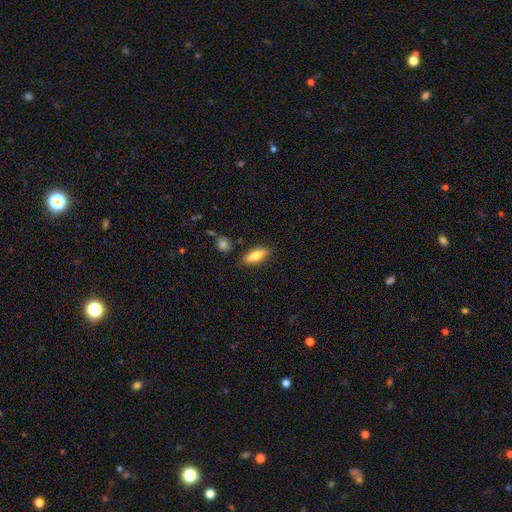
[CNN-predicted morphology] The model was most divided on "how rounded": in between: 58%, cigar-shaped: 39%, round: 3%. More confident: merging — none (83%); smooth or featured — smooth (68%).